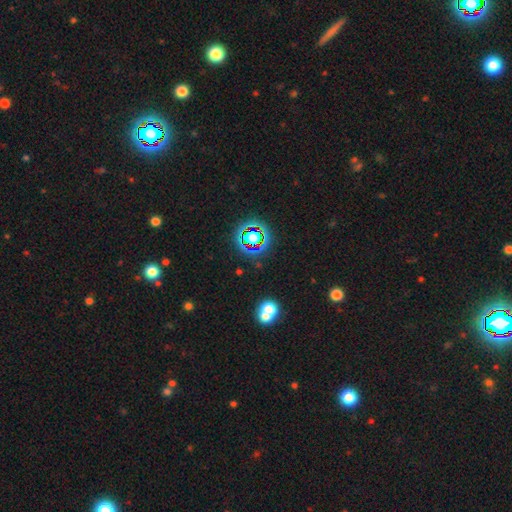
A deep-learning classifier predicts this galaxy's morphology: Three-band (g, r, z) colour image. It shows a star or artifact, not a galaxy (76%).